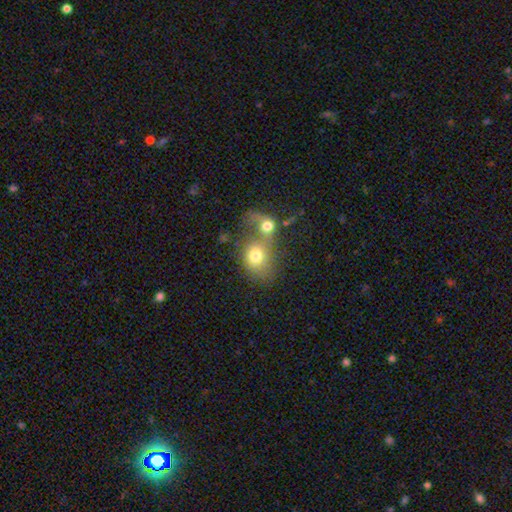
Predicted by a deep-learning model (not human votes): This appears to be a smooth galaxy with no disk features (71%) that is round (55%). Merging: merger (70%).